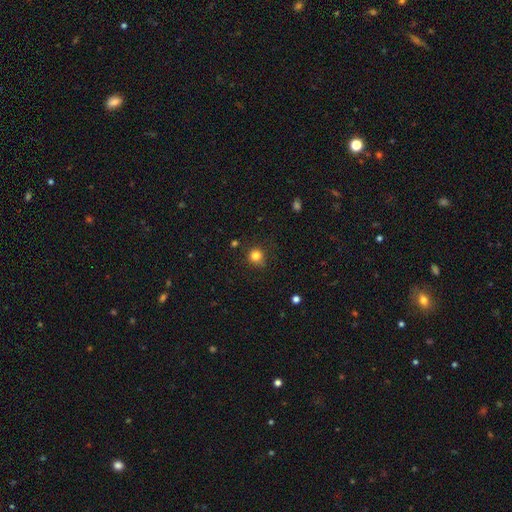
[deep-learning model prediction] This is clearly a smooth galaxy (81%). How rounded: clearly round (90%). Merging: likely none (77%).